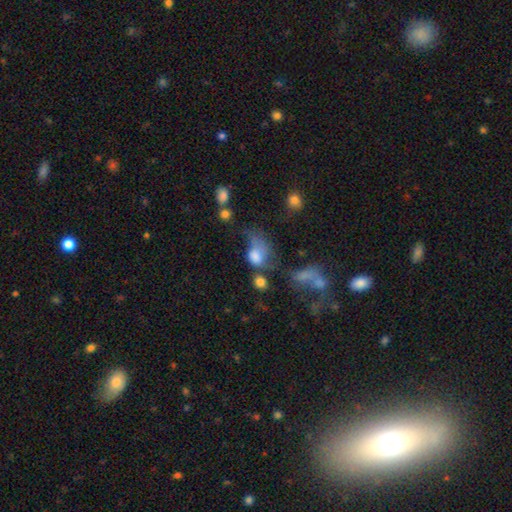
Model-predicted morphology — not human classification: This is likely a smooth galaxy (64%). How rounded: likely in between (61%). Merging: marginally major disturbance (41%).